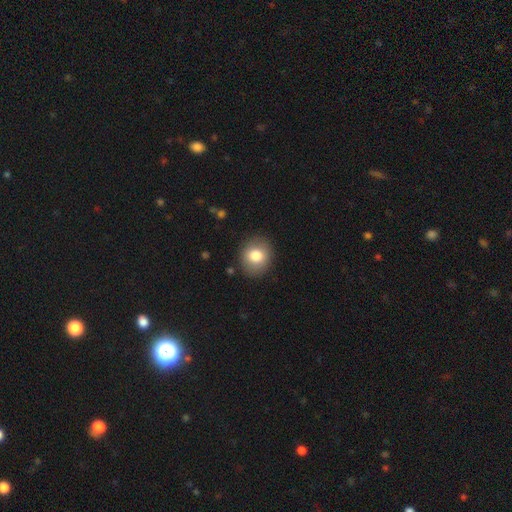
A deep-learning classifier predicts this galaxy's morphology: A smooth galaxy with no disk features (80%) that is round (75%).

Vote fractions:
- Smooth or featured? smooth: 80% / featured or disk: 11% / star or artifact: 9%
- How rounded? round: 75% / in between: 24% / cigar-shaped: 1%
- Merging? none: 87% / minor disturbance: 9% / major disturbance: 3% / merger: 1%